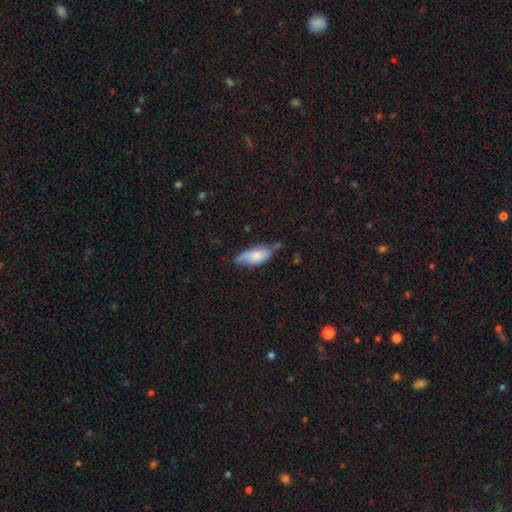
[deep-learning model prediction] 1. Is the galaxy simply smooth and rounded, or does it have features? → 67% smooth, 26% featured or disk, 7% star or artifact.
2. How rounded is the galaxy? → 80% in between, 18% cigar-shaped, 2% round.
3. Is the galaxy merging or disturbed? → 51% none, 36% minor disturbance, 9% major disturbance, 4% merger.